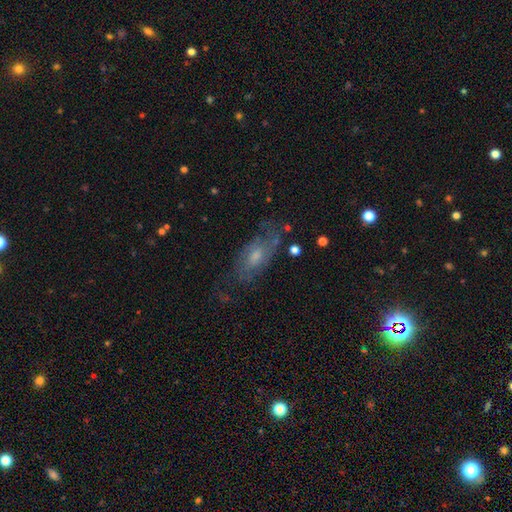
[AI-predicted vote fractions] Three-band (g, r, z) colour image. It shows a featured or disk galaxy (60%) with no bar (64%), spiral arms (76%) and a moderate central bulge (51%). Merging: none (64%).